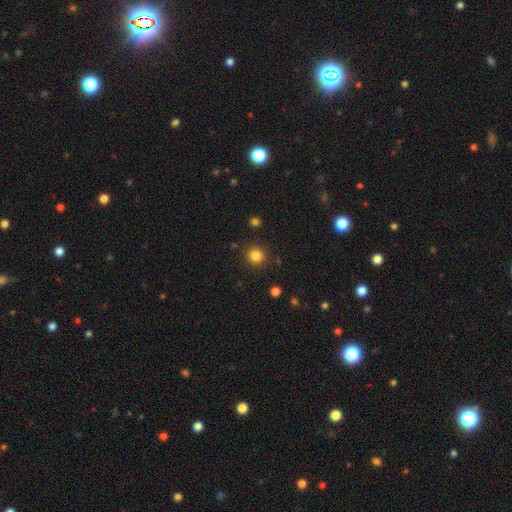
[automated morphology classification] smooth_or_featured: smooth (p=0.83) [alt: star or artifact p=0.12]
how_rounded: round (p=0.93) [alt: in between p=0.06]
merging: none (p=0.90) [alt: minor disturbance p=0.06]